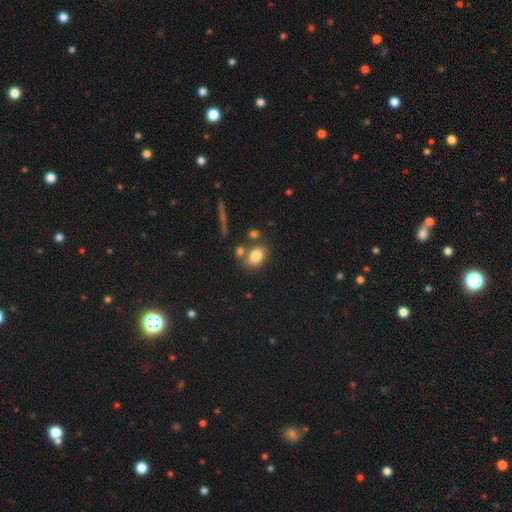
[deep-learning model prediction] This is clearly a smooth galaxy (82%). How rounded: likely in between (75%). Merging: likely none (67%).